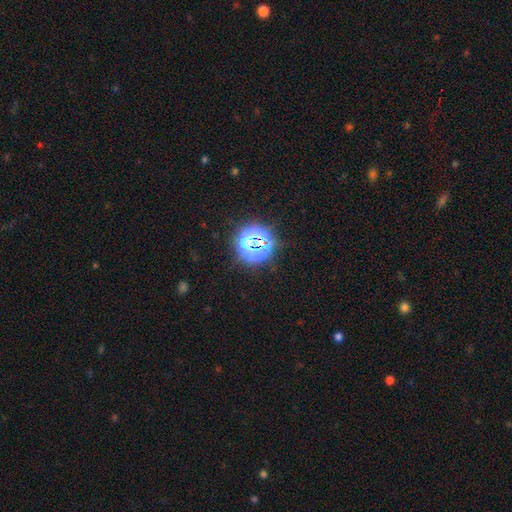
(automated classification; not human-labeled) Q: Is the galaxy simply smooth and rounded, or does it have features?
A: star or artifact — 72%.